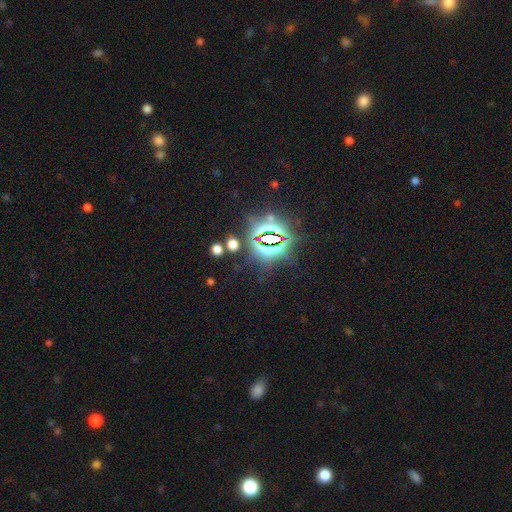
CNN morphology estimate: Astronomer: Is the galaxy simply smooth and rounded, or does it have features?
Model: star or artifact — 85%.